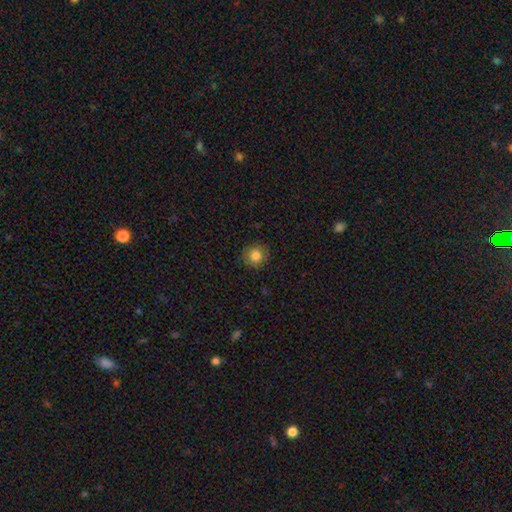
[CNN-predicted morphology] smooth_or_featured: smooth (p=0.82) [alt: star or artifact p=0.11]
how_rounded: round (p=0.92) [alt: in between p=0.07]
merging: none (p=0.89) [alt: minor disturbance p=0.08]